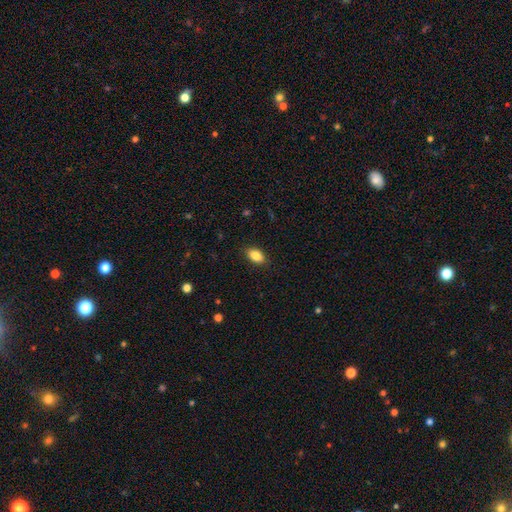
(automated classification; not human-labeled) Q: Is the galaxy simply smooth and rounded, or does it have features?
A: smooth — 87%.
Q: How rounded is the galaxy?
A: in between — 90%.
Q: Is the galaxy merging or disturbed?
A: none — 88%.